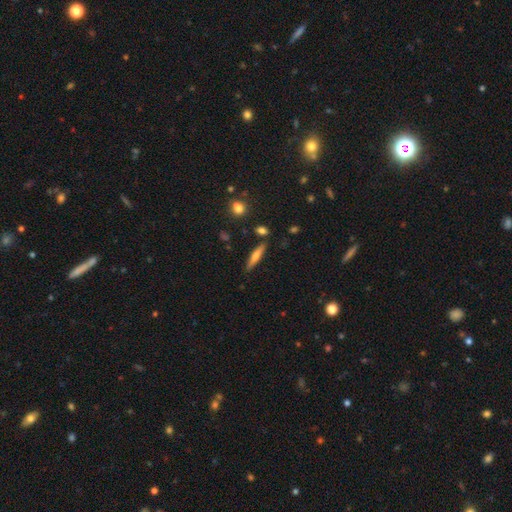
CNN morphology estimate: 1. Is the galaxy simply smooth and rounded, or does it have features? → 60% smooth, 33% featured or disk, 7% star or artifact.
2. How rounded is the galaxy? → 86% cigar-shaped, 12% in between, 2% round.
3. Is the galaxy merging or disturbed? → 83% none, 11% minor disturbance, 4% merger, 2% major disturbance.